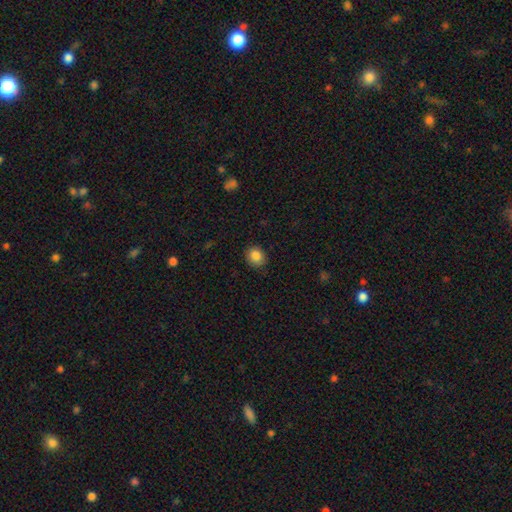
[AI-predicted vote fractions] Smooth or featured?
  - smooth: 86% *
  - star or artifact: 9%
  - featured or disk: 5%
How rounded?
  - round: 66% *
  - in between: 33%
  - cigar-shaped: 1%
Merging?
  - none: 87% *
  - minor disturbance: 10%
  - major disturbance: 2%
  - merger: 1%